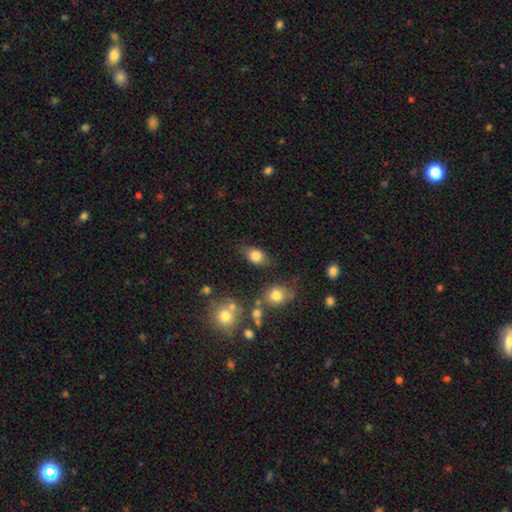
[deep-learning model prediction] The model was most divided on "how rounded": in between: 74%, round: 24%, cigar-shaped: 2%. More confident: smooth or featured — smooth (81%); merging — none (70%).